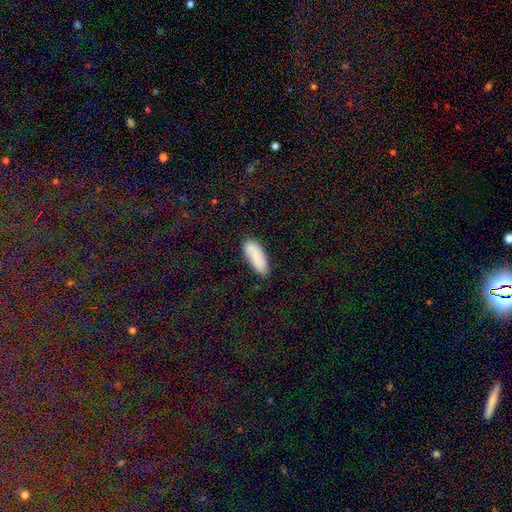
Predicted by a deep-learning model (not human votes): A smooth galaxy with no disk features (80%) that is in between round and cigar-shaped (68%). Merging: none (77%).